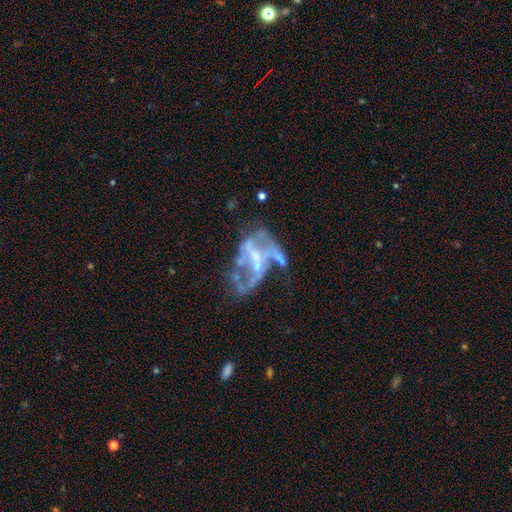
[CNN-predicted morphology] Smooth or featured?
  - featured or disk: 78% *
  - star or artifact: 12%
  - smooth: 11%
Edge-on disk?
  - no: 97% *
  - yes: 3%
Bar?
  - no: 52% *
  - weak: 31%
  - strong: 17%
Spiral arms?
  - no: 53% *
  - yes: 47%
Bulge size?
  - small: 40% *
  - none: 37%
  - moderate: 20%
  - large: 2%
  - dominant: 1%
Merging?
  - major disturbance: 39% *
  - none: 28%
  - merger: 18%
  - minor disturbance: 16%